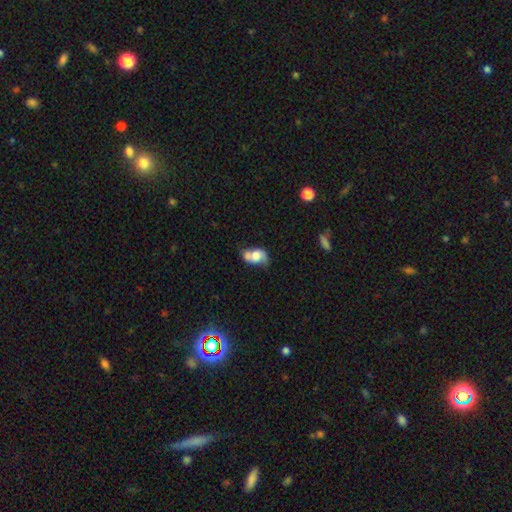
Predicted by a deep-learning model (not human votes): The model was most divided on "merging": none: 33%, merger: 32%, minor disturbance: 23%, major disturbance: 12%. Remaining: smooth or featured — smooth (49%).